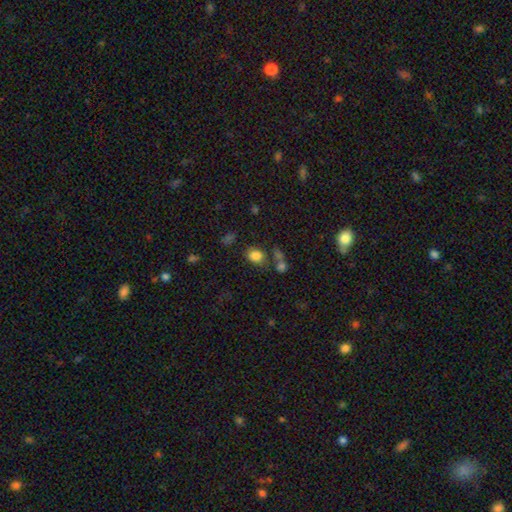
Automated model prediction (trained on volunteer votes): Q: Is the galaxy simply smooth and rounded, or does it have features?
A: smooth — 82%.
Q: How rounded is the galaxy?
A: round — 52%.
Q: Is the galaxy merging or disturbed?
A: none — 67%.